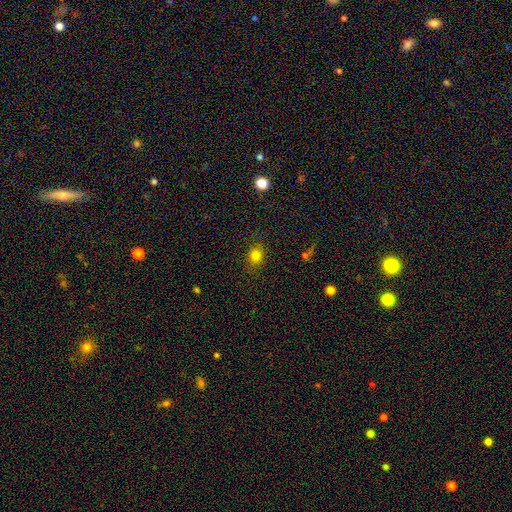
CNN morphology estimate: The model was most divided on "how rounded": in between: 50%, round: 49%, cigar-shaped: 1%. More confident: merging — none (85%); smooth or featured — smooth (80%).